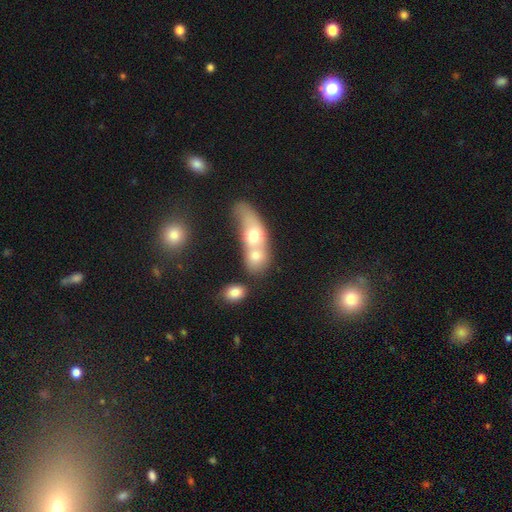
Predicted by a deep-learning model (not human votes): smooth-or-featured: smooth: 66% | featured or disk: 25% | star or artifact: 10%
  how-rounded: in between: 56% | round: 31% | cigar-shaped: 13%
  merging: merger: 74% | none: 15% | major disturbance: 6% | minor disturbance: 6%